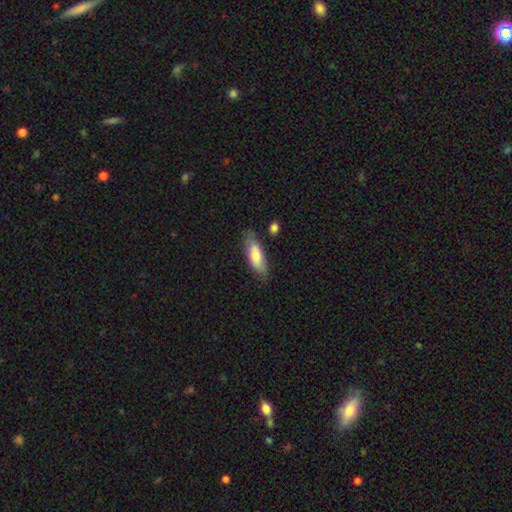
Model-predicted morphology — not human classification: type=smooth (71%); roundness=in between (58%); merging=none (74%).